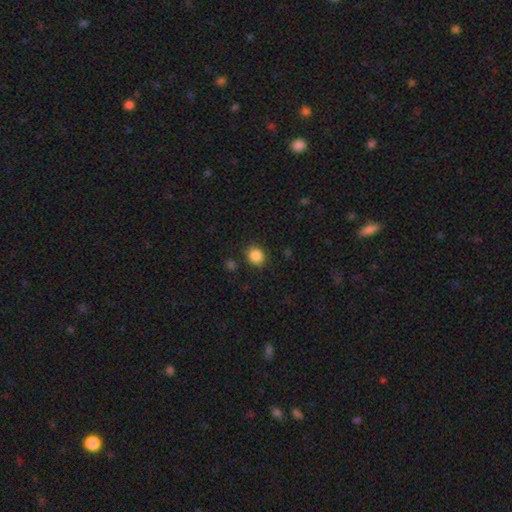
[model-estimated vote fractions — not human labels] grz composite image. It shows a smooth galaxy with no disk features (87%) that is round (72%). Merging: none (86%).